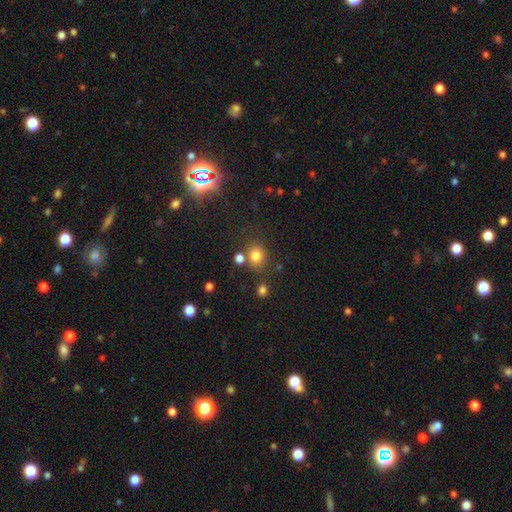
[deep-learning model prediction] A smooth galaxy with no disk features (78%) that is round (74%). Merging: none (73%).